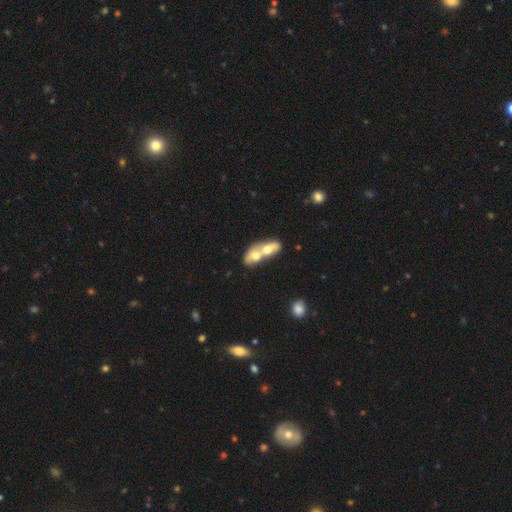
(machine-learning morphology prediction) smooth_or_featured: smooth (p=0.59) [alt: featured or disk p=0.34]
how_rounded: in between (p=0.73) [alt: round p=0.19]
merging: merger (p=0.83) [alt: none p=0.10]